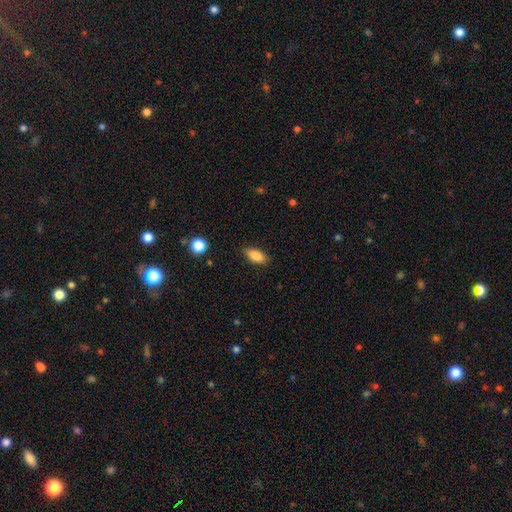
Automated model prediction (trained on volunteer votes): Smooth or featured: smooth — 85% (star or artifact — 8%)
How rounded: in between — 86% (cigar-shaped — 11%)
Merging: none — 86% (minor disturbance — 10%)